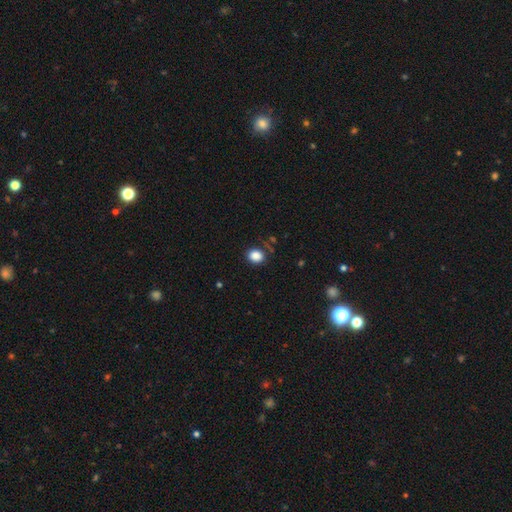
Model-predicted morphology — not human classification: Smooth or featured? Predicted: smooth (p=0.86). How rounded? Predicted: round (p=0.59). Merging? Predicted: none (p=0.82).